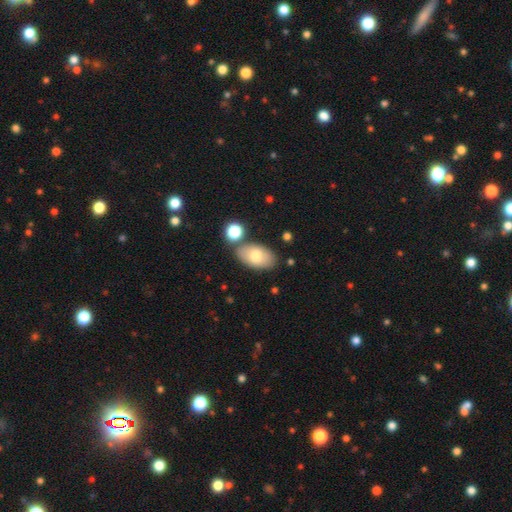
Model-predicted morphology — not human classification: The model was most divided on "smooth or featured": smooth: 74%, featured or disk: 19%, star or artifact: 7%. More confident: how rounded — in between (94%); merging — none (74%).